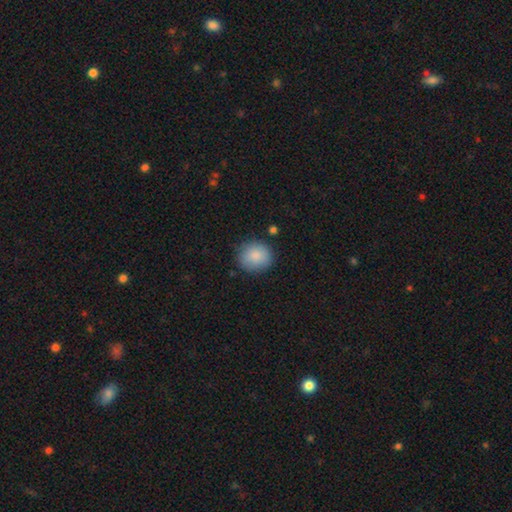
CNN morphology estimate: Smooth or featured: smooth — 87% (star or artifact — 7%)
How rounded: round — 82% (in between — 17%)
Merging: none — 84% (minor disturbance — 11%)